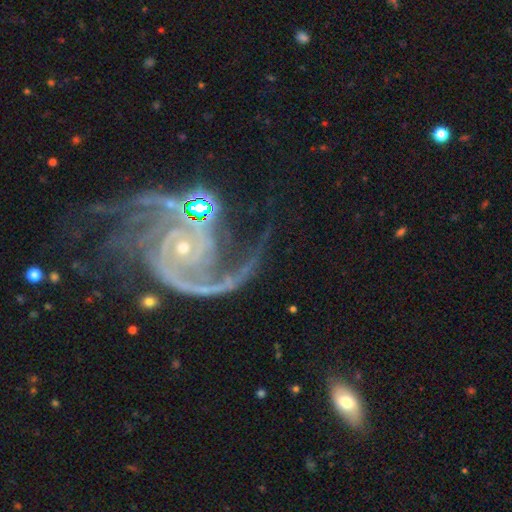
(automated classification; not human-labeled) This appears to be a featured or disk galaxy (92%) with no bar (64%), 2 (65%) medium (51%) spiral arms (98%) and a small central bulge (83%). Merging: none (46%).